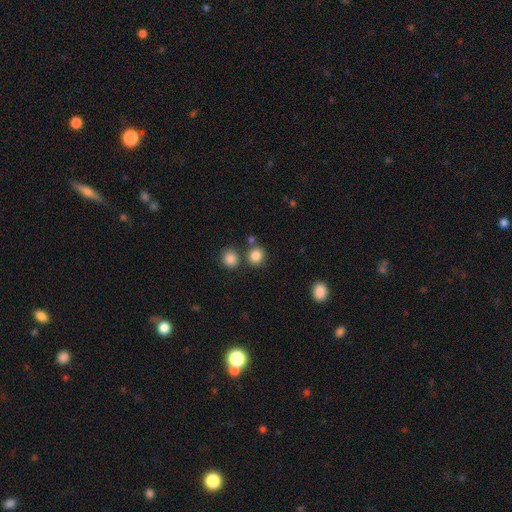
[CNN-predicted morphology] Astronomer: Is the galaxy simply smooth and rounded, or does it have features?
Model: smooth — 85%.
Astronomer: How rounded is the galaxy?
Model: round — 84%.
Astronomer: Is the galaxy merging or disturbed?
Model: none — 72%.